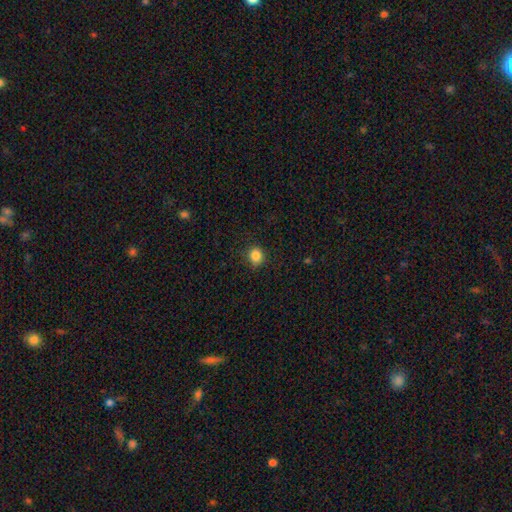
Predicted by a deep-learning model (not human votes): Smooth or featured? Predicted: smooth (p=0.85). How rounded? Predicted: round (p=0.82). Merging? Predicted: none (p=0.86).